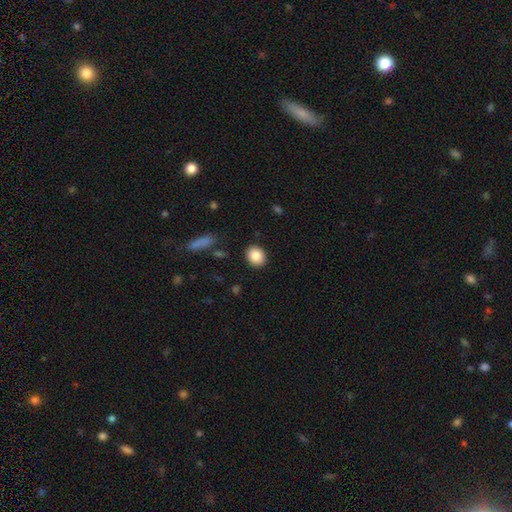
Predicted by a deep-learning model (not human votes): A smooth galaxy with no disk features (85%) that is round (62%). Merging: none (89%).